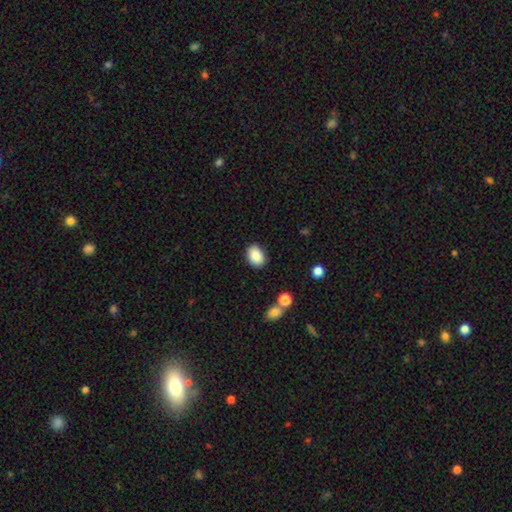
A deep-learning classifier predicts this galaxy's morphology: This is clearly a smooth galaxy (87%). How rounded: likely in between (76%). Merging: clearly none (85%).